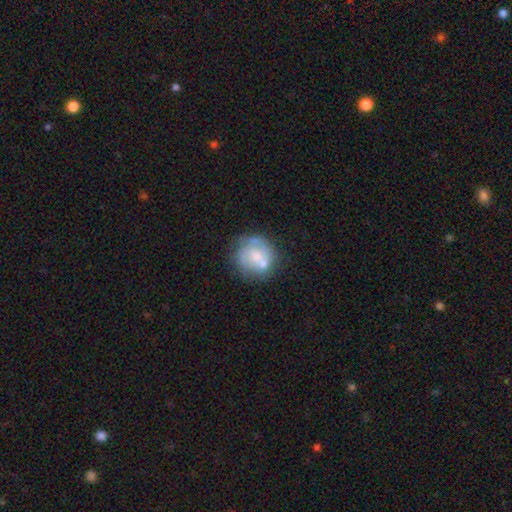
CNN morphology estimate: This is possibly a smooth galaxy (50%). How rounded: clearly round (81%). Merging: possibly none (45%).